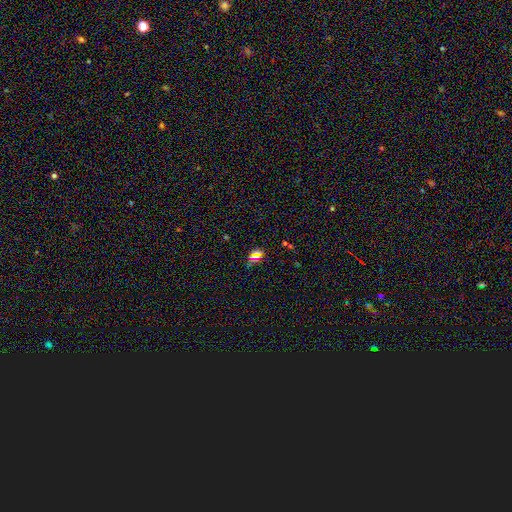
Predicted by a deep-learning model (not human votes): Smooth or featured?
  - star or artifact: 50% *
  - smooth: 40%
  - featured or disk: 9%